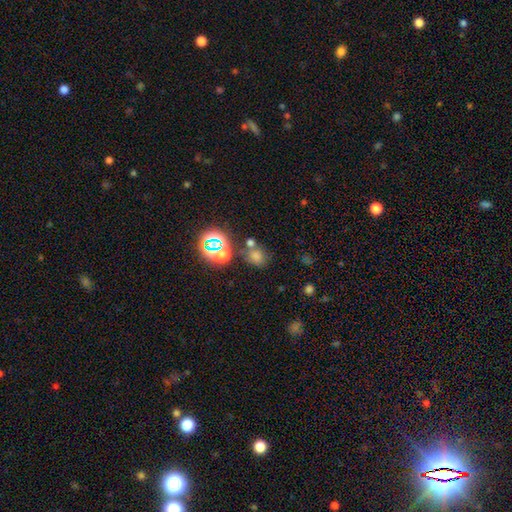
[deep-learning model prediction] Smooth or featured? Predicted: smooth (p=0.50). How rounded? Predicted: round (p=0.75). Merging? Predicted: none (p=0.69).